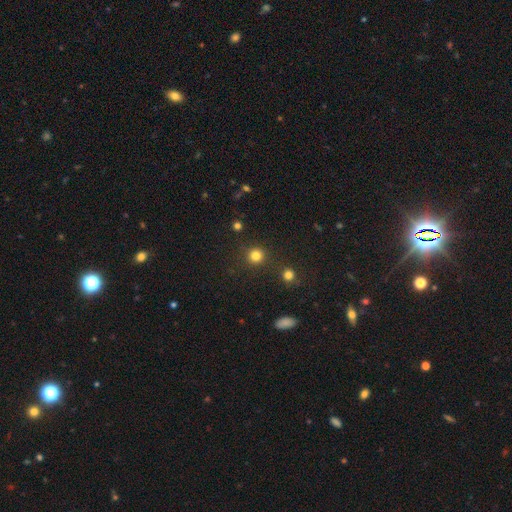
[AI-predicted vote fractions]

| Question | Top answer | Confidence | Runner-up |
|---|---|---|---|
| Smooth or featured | smooth | 81% | star or artifact (14%) |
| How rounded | round | 93% | in between (6%) |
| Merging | none | 89% | minor disturbance (6%) |